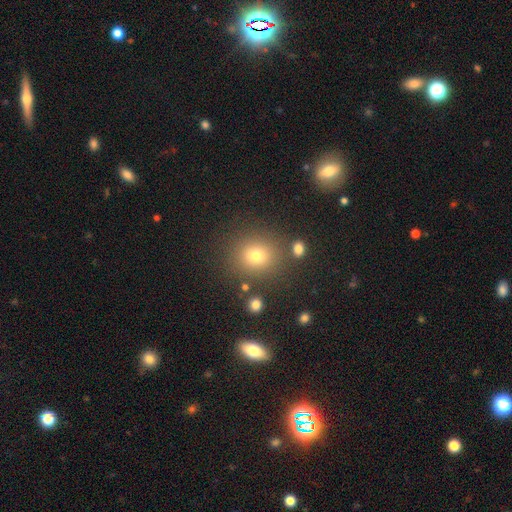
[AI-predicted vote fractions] Overall: smooth (73%). How rounded: round (83%). Merging: none (82%).